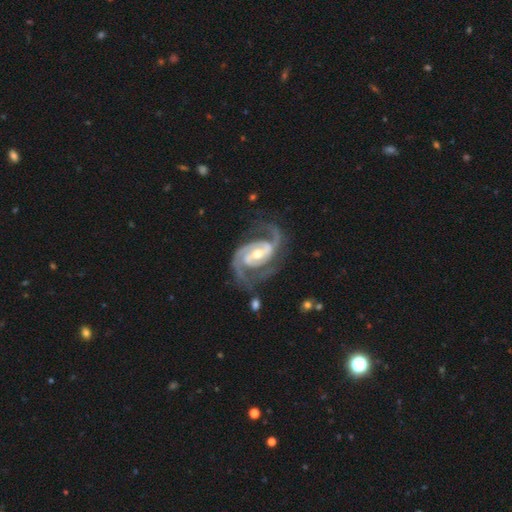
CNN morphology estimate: Q: Smooth or featured?
A: featured or disk (93%); runner-up: star or artifact (4%)
Q: Edge-on disk?
A: no (98%); runner-up: yes (2%)
Q: Bar?
A: weak (37%); runner-up: strong (36%)
Q: Spiral arms?
A: yes (98%); runner-up: no (2%)
Q: Spiral winding?
A: medium (55%); runner-up: tight (34%)
Q: Spiral arm count?
A: 2 (86%); runner-up: 3 (6%)
Q: Bulge size?
A: moderate (55%); runner-up: small (39%)
Q: Merging?
A: none (65%); runner-up: minor disturbance (18%)